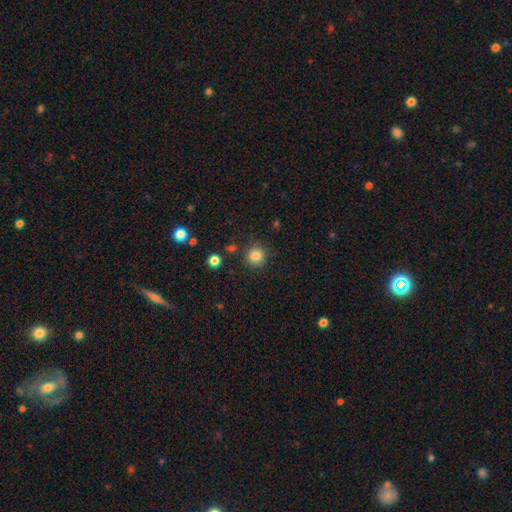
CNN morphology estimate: smooth-or-featured: smooth: 84% | star or artifact: 11% | featured or disk: 5%
  how-rounded: round: 94% | in between: 5% | cigar-shaped: 1%
  merging: none: 86% | minor disturbance: 8% | merger: 3% | major disturbance: 3%